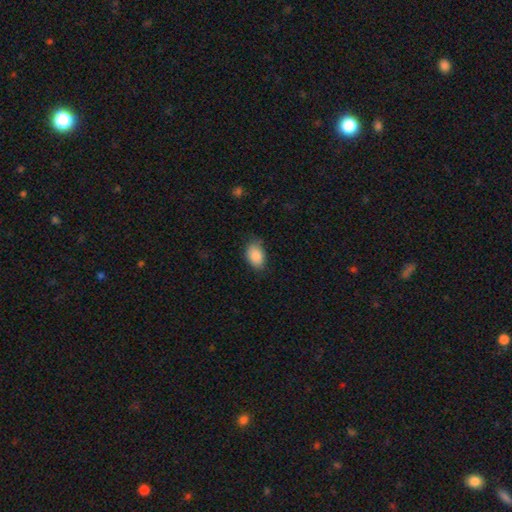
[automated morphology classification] A smooth galaxy with no disk features (87%) that is in between round and cigar-shaped (84%). Merging: none (76%).